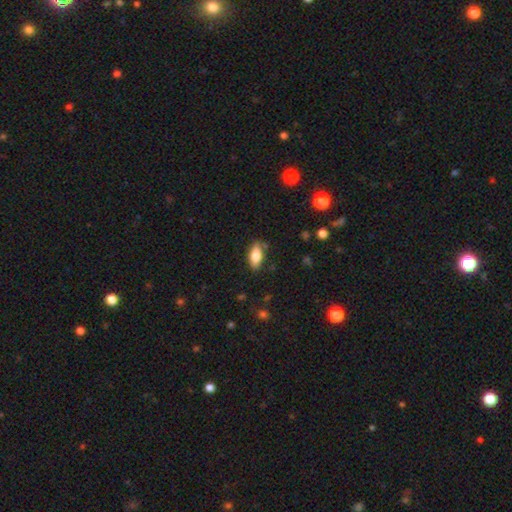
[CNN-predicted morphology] Smooth or featured? smooth (74%)
How rounded? in between (83%)
Merging? none (79%)